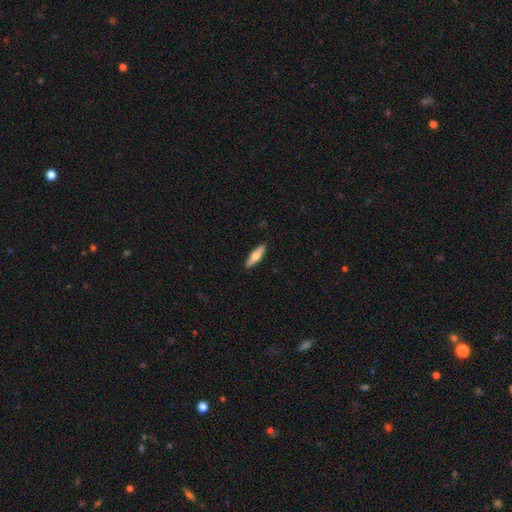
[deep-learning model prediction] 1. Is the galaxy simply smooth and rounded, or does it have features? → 54% smooth, 40% featured or disk, 5% star or artifact.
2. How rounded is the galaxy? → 66% cigar-shaped, 32% in between, 2% round.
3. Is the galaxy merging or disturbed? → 90% none, 7% minor disturbance, 1% major disturbance, 1% merger.